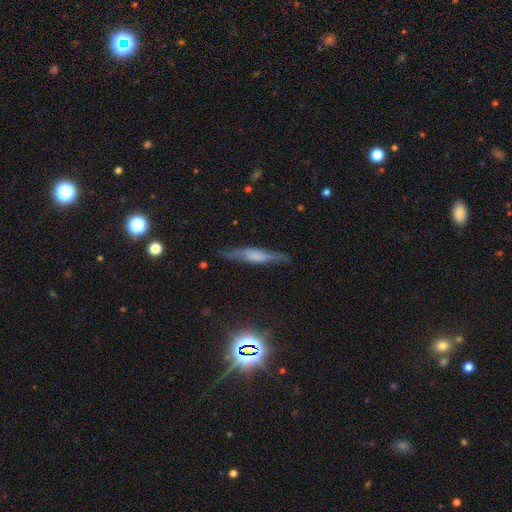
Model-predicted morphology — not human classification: This is possibly a featured or disk galaxy (51%). It is clearly viewed edge-on (84%). Merging: likely none (74%).